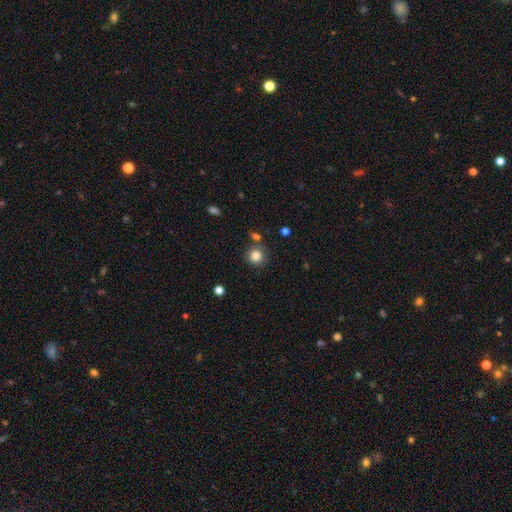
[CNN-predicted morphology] A smooth galaxy with no disk features (84%) that is round (91%). Merging: none (79%).